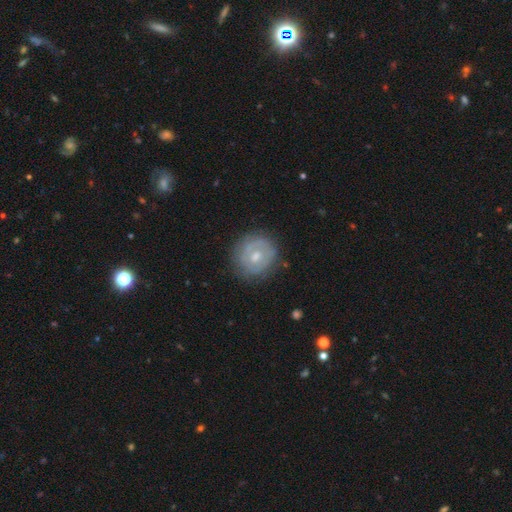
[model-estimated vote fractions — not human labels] Smooth or featured? Predicted: featured or disk (p=0.57). Edge-on disk? Predicted: no (p=0.97). Bar? Predicted: no (p=0.61). Spiral arms? Predicted: yes (p=0.51). Bulge size? Predicted: moderate (p=0.62). Merging? Predicted: none (p=0.76).